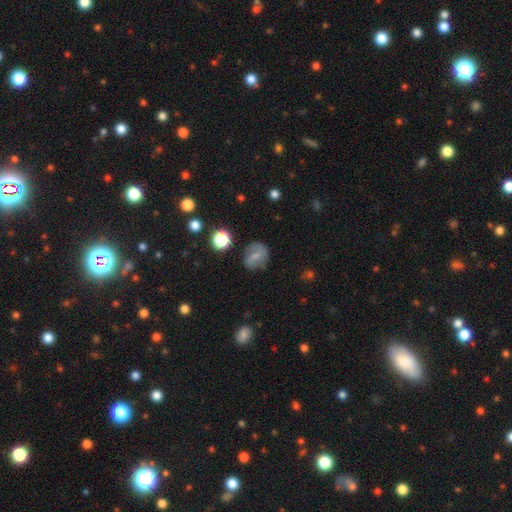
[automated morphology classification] Q: Smooth or featured?
A: smooth (54%); runner-up: featured or disk (34%)
Q: How rounded?
A: round (61%); runner-up: in between (38%)
Q: Merging?
A: none (61%); runner-up: minor disturbance (24%)